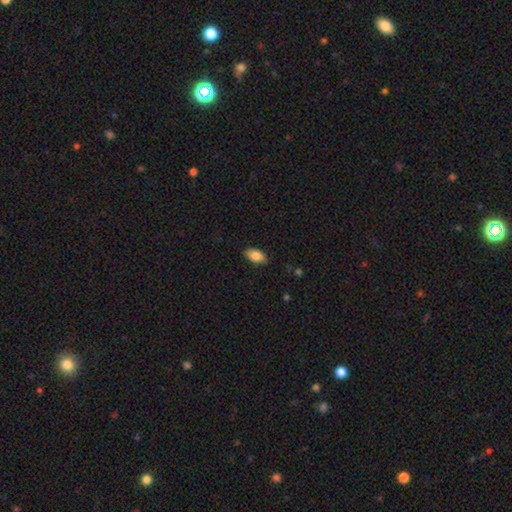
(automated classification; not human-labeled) Smooth or featured? Predicted: smooth (p=0.83). How rounded? Predicted: in between (p=0.92). Merging? Predicted: none (p=0.87).